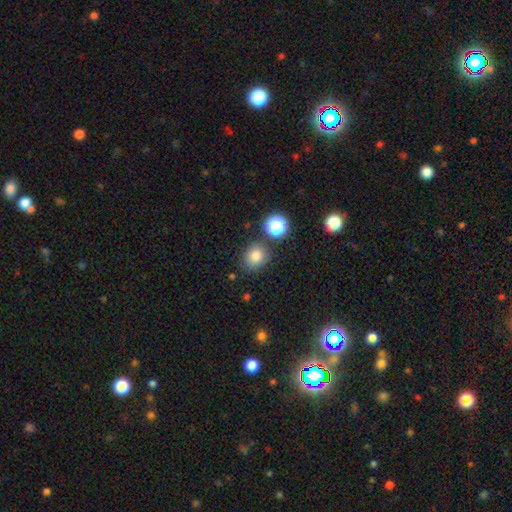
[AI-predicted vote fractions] Q: Smooth or featured?
A: smooth (79%); runner-up: star or artifact (14%)
Q: How rounded?
A: round (75%); runner-up: in between (24%)
Q: Merging?
A: none (78%); runner-up: minor disturbance (12%)